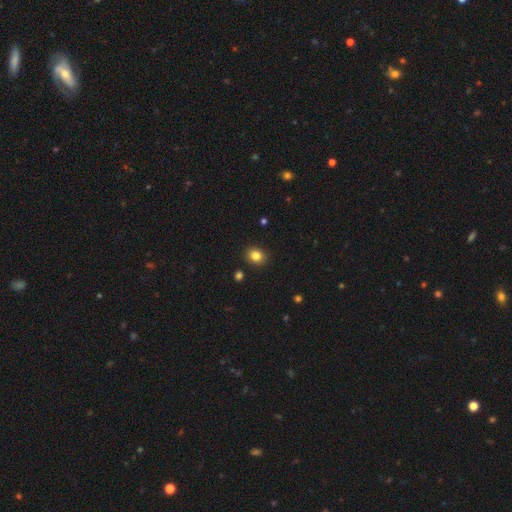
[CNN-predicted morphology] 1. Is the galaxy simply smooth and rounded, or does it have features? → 83% smooth, 11% star or artifact, 6% featured or disk.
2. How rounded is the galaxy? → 65% round, 34% in between, 1% cigar-shaped.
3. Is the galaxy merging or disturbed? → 90% none, 6% minor disturbance, 2% major disturbance, 2% merger.